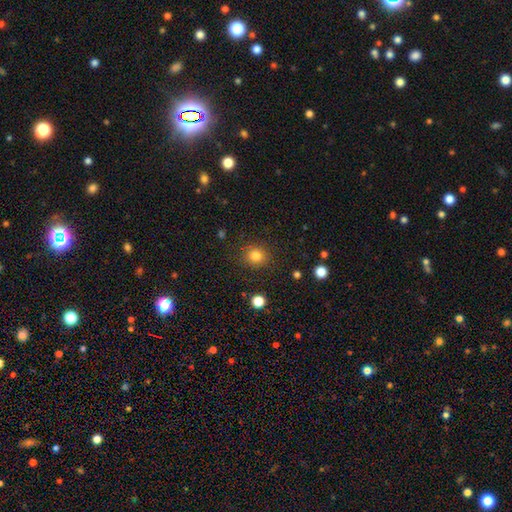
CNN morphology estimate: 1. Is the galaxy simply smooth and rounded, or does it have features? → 82% smooth, 12% star or artifact, 6% featured or disk.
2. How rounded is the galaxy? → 86% round, 13% in between, 1% cigar-shaped.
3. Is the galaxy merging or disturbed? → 87% none, 8% minor disturbance, 3% major disturbance, 2% merger.